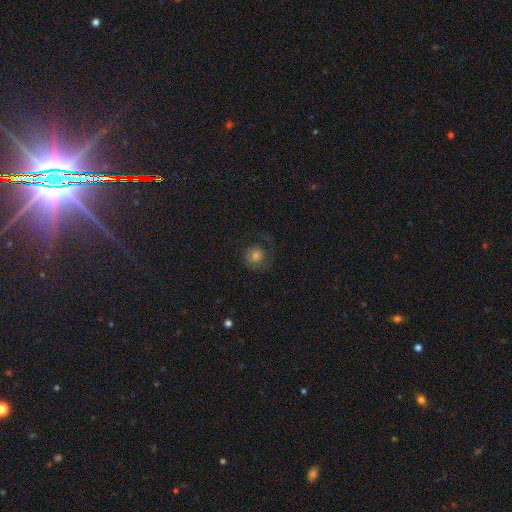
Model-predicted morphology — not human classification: A smooth galaxy with no disk features (61%) that is round (87%).

Vote fractions:
- Smooth or featured? smooth: 61% / featured or disk: 26% / star or artifact: 13%
- How rounded? round: 87% / in between: 12% / cigar-shaped: 1%
- Merging? none: 61% / major disturbance: 21% / minor disturbance: 16% / merger: 2%